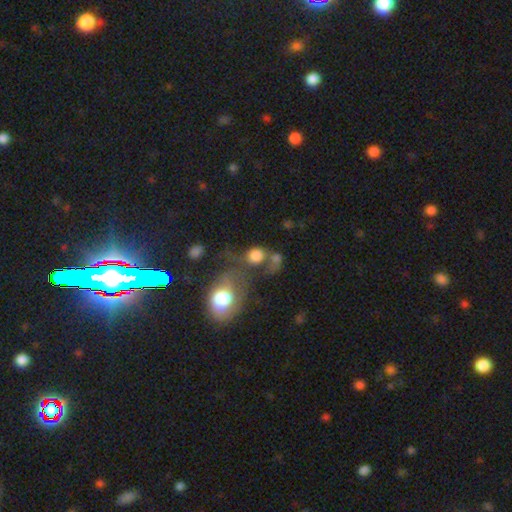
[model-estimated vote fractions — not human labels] Overall: smooth (73%). How rounded: round (72%). Merging: merger (36%; none 32%).